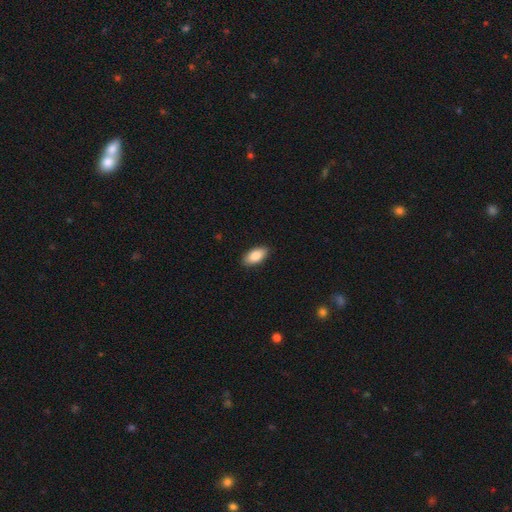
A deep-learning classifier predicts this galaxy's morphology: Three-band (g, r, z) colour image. It shows a smooth galaxy with no disk features (86%) that is in between round and cigar-shaped (92%). Merging: none (89%).